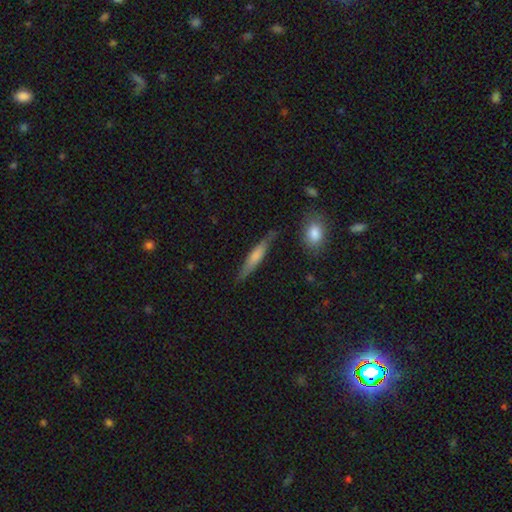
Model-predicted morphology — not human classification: Smooth or featured? smooth (53%)
How rounded? cigar-shaped (88%)
Merging? none (80%)